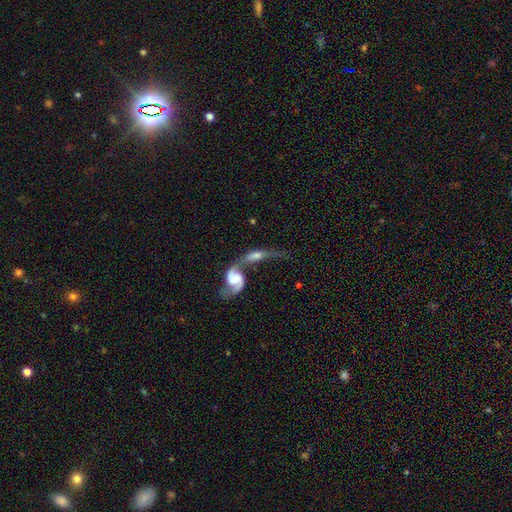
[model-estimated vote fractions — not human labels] Q: Smooth or featured?
A: featured or disk (72%); runner-up: smooth (21%)
Q: Edge-on disk?
A: no (81%); runner-up: yes (19%)
Q: Bar?
A: no (47%); runner-up: weak (37%)
Q: Spiral arms?
A: yes (85%); runner-up: no (15%)
Q: Bulge size?
A: moderate (36%); runner-up: small (27%)
Q: Merging?
A: merger (67%); runner-up: none (16%)